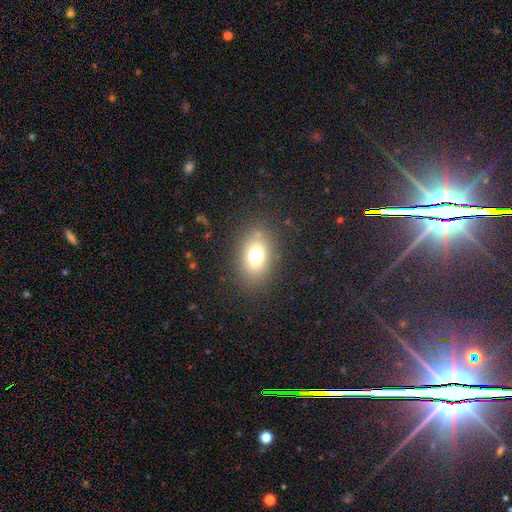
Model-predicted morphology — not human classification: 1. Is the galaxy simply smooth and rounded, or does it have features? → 72% smooth, 14% star or artifact, 13% featured or disk.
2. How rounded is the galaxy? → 71% in between, 27% round, 1% cigar-shaped.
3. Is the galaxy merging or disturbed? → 83% none, 10% minor disturbance, 6% major disturbance, 2% merger.